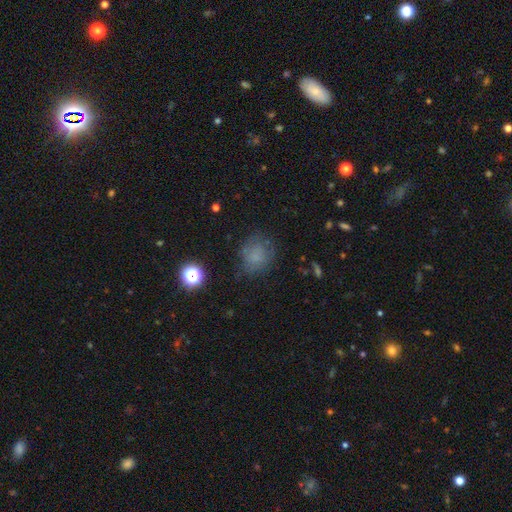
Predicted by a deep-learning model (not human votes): smooth_or_featured: smooth (p=0.67) [alt: star or artifact p=0.19]
how_rounded: round (p=0.77) [alt: in between p=0.22]
merging: none (p=0.69) [alt: minor disturbance p=0.20]